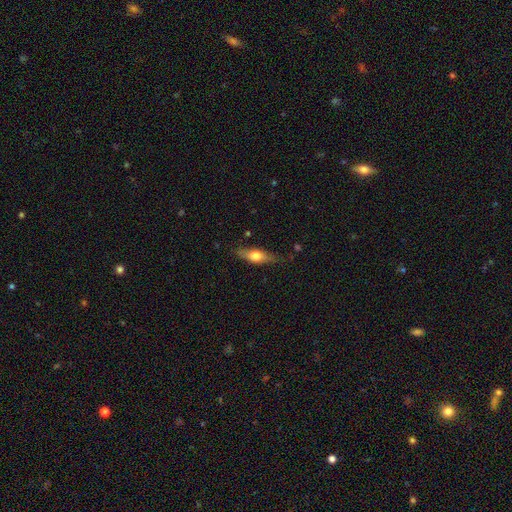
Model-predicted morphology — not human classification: smooth_or_featured: smooth (p=0.56) [alt: featured or disk p=0.37]
how_rounded: in between (p=0.50) [alt: cigar-shaped p=0.47]
merging: none (p=0.76) [alt: minor disturbance p=0.19]